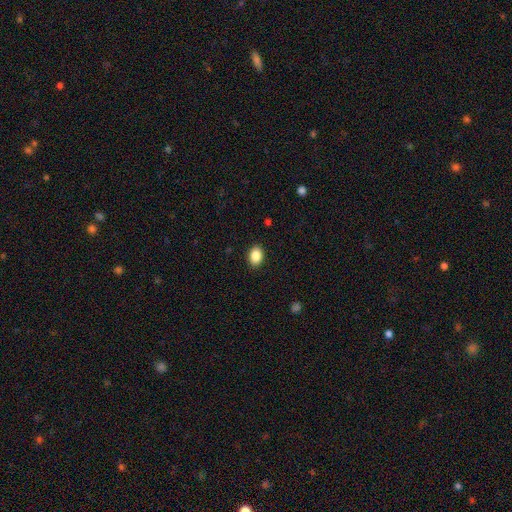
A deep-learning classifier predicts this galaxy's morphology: smooth 88%, star or artifact 8%, featured or disk 4%. Down the decision tree: how rounded — in between (76%); merging — none (90%).